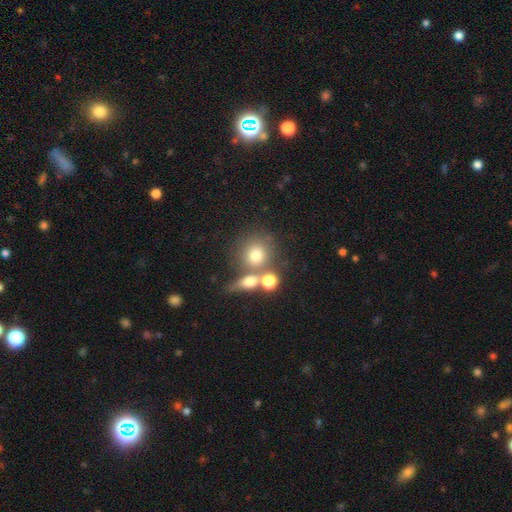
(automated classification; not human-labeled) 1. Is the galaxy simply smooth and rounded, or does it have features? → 69% smooth, 18% featured or disk, 13% star or artifact.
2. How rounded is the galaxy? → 84% round, 14% in between, 2% cigar-shaped.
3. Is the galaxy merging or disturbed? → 47% none, 37% merger, 9% minor disturbance, 6% major disturbance.